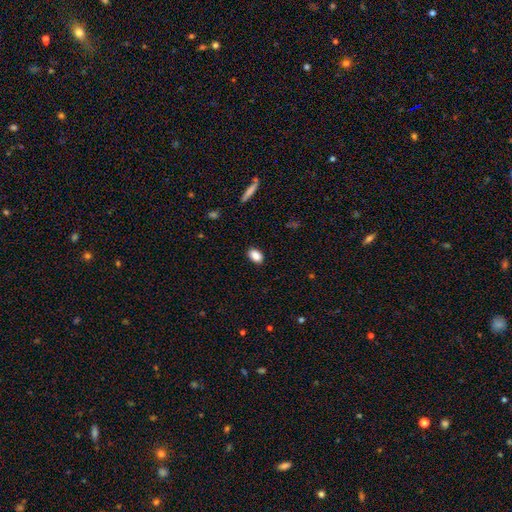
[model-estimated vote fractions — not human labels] The model was most divided on "how rounded": in between: 88%, round: 10%, cigar-shaped: 2%. More confident: smooth or featured — smooth (88%); merging — none (88%).